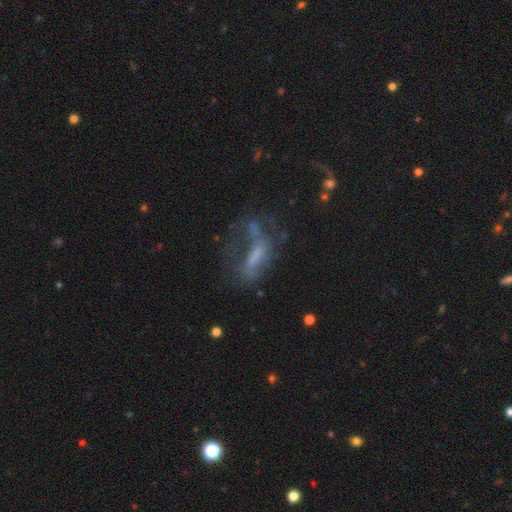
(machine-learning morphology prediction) A featured or disk galaxy (50%). Merging: major disturbance (41%).